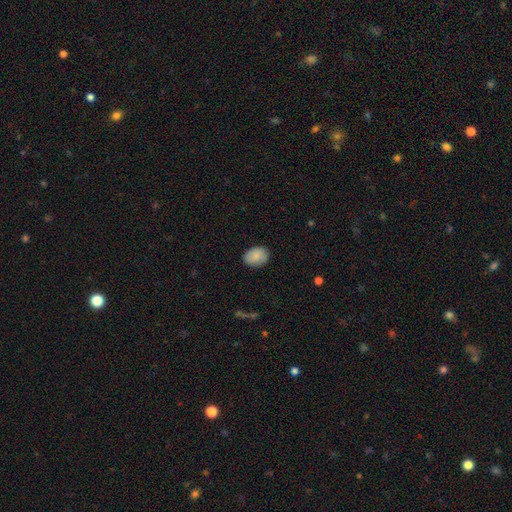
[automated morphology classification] smooth-or-featured: smooth: 83% | featured or disk: 10% | star or artifact: 7%
  how-rounded: in between: 72% | round: 27% | cigar-shaped: 1%
  merging: none: 83% | minor disturbance: 14% | major disturbance: 3% | merger: 1%